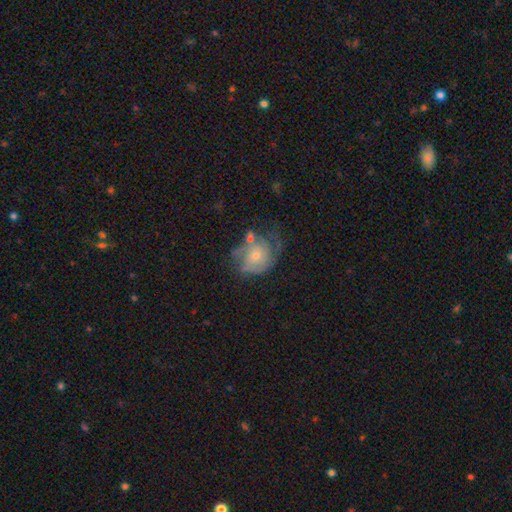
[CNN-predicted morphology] Overall: featured or disk (64%; smooth 29%). Edge-on disk: no (98%). Bar: no (80%). Spiral arms: yes (78%). Bulge size: small (59%; moderate 35%). Merging: none (35%; major disturbance 27%).